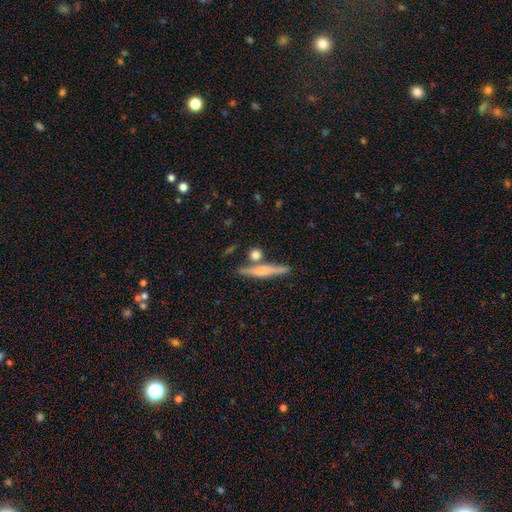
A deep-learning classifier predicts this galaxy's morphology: Smooth or featured? smooth (59%)
How rounded? cigar-shaped (45%)
Merging? none (72%)